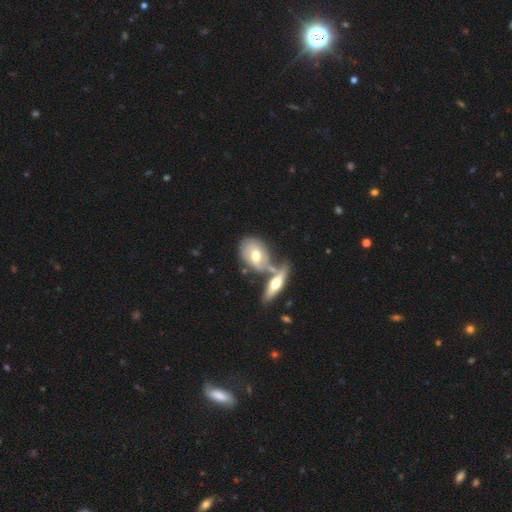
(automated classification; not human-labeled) This appears to be a featured or disk galaxy (50%). Merging: merger (45%).